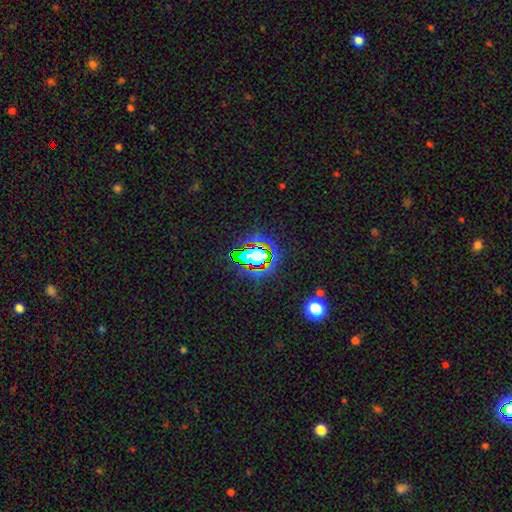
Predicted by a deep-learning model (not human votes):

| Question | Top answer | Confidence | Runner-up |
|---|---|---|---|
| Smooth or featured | star or artifact | 61% | smooth (25%) |